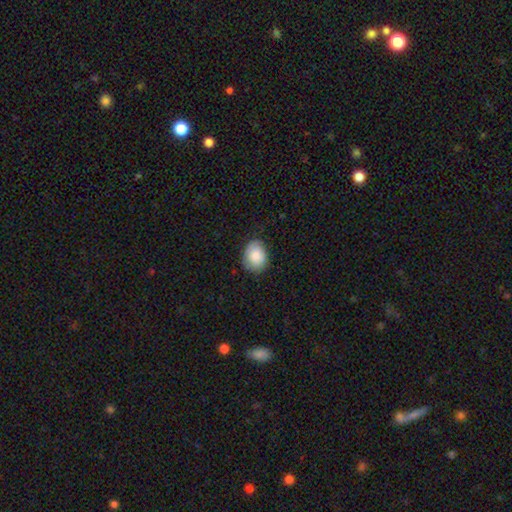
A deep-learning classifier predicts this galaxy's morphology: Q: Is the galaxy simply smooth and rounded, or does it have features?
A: smooth — 84%.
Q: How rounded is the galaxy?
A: in between — 56%.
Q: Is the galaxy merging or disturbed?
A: none — 77%.